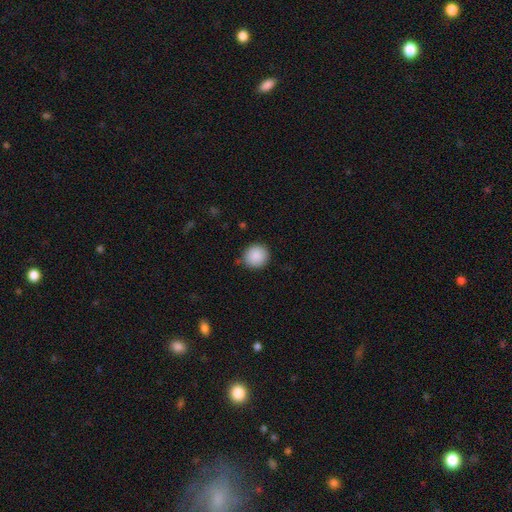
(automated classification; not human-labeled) The model was most divided on "merging": none: 84%, minor disturbance: 11%, major disturbance: 3%, merger: 2%. More confident: how rounded — round (91%); smooth or featured — smooth (89%).